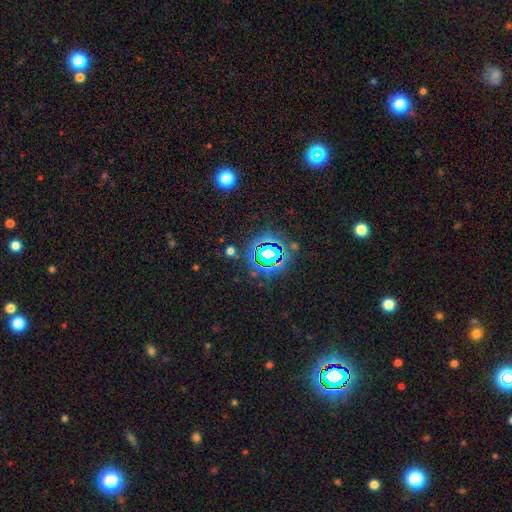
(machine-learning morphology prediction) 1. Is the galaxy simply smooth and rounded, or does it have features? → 81% star or artifact, 12% smooth, 7% featured or disk.